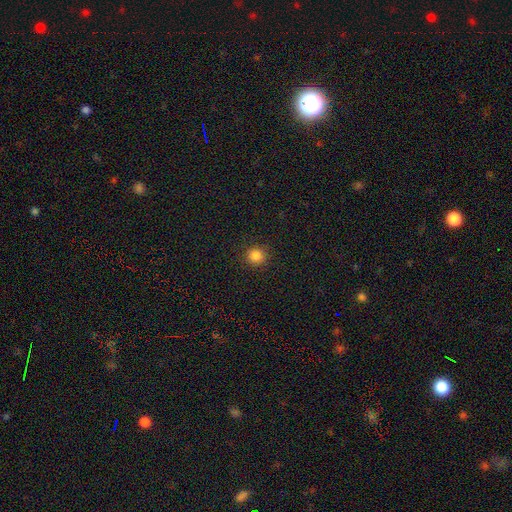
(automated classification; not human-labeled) Smooth or featured?
  - smooth: 85% *
  - star or artifact: 12%
  - featured or disk: 3%
How rounded?
  - round: 92% *
  - in between: 7%
  - cigar-shaped: 1%
Merging?
  - none: 91% *
  - minor disturbance: 6%
  - major disturbance: 2%
  - merger: 1%